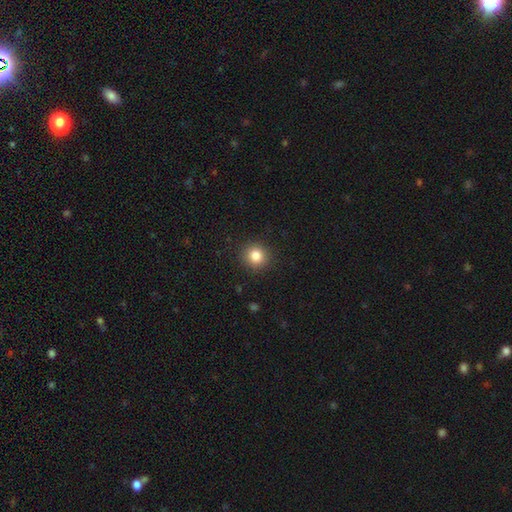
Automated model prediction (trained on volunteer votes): Q: Smooth or featured?
A: smooth (83%); runner-up: star or artifact (11%)
Q: How rounded?
A: round (91%); runner-up: in between (8%)
Q: Merging?
A: none (90%); runner-up: minor disturbance (6%)